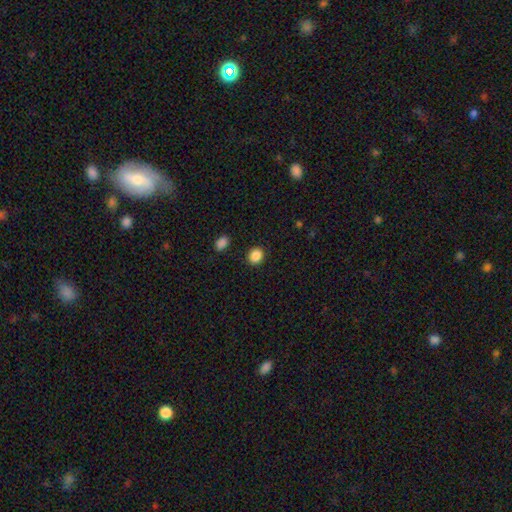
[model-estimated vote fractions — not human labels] Morphology: type=smooth (88%); roundness=round (72%); merging=none (89%).